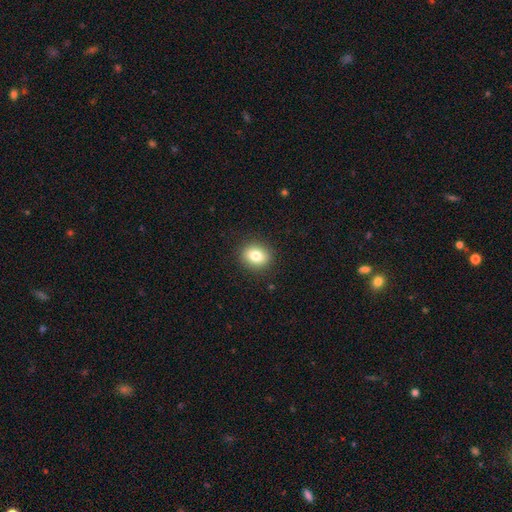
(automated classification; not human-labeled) This is clearly a smooth galaxy (81%). How rounded: possibly round (60%). Merging: clearly none (90%).